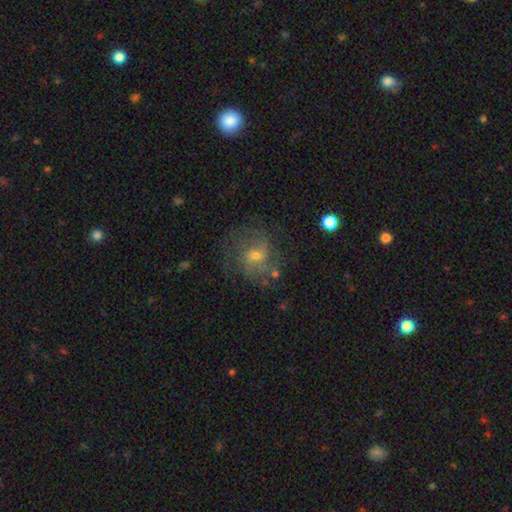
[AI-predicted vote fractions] Smooth or featured: featured or disk — 64% (smooth — 26%)
Edge-on disk: no — 97% (yes — 3%)
Bar: no — 54% (weak — 40%)
Spiral arms: yes — 83% (no — 17%)
Spiral winding: medium — 46% (tight — 32%)
Spiral arm count: 2 — 37% (can't tell — 34%)
Bulge size: small — 53% (moderate — 41%)
Merging: none — 61% (minor disturbance — 20%)